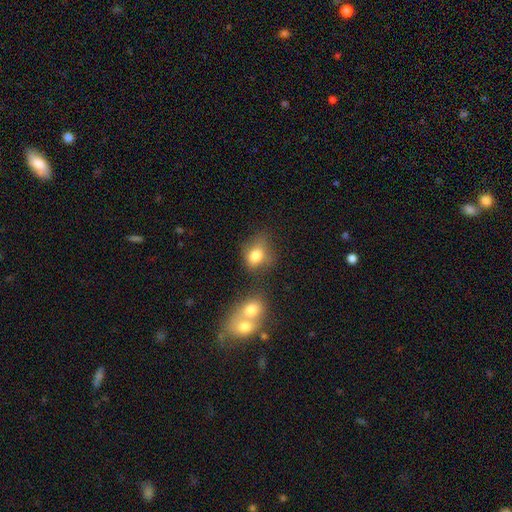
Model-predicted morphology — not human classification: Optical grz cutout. It shows a smooth galaxy with no disk features (79%) that is in between round and cigar-shaped (57%). Merging: none (44%).